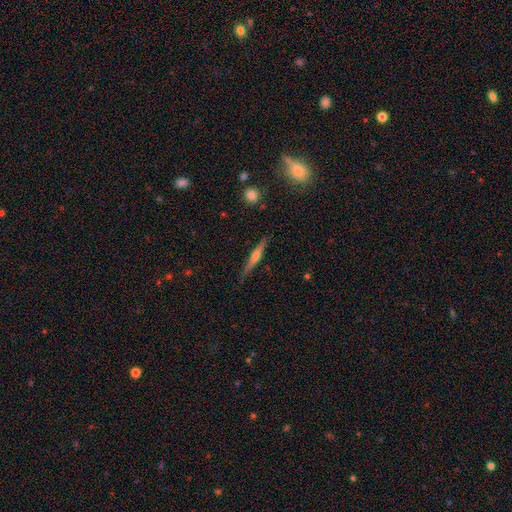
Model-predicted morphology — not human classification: smooth_or_featured: featured or disk (p=0.68) [alt: smooth p=0.25]
disk_edge_on: yes (p=0.97) [alt: no p=0.03]
edge_on_bulge: rounded (p=0.79) [alt: none p=0.12]
merging: none (p=0.87) [alt: minor disturbance p=0.10]